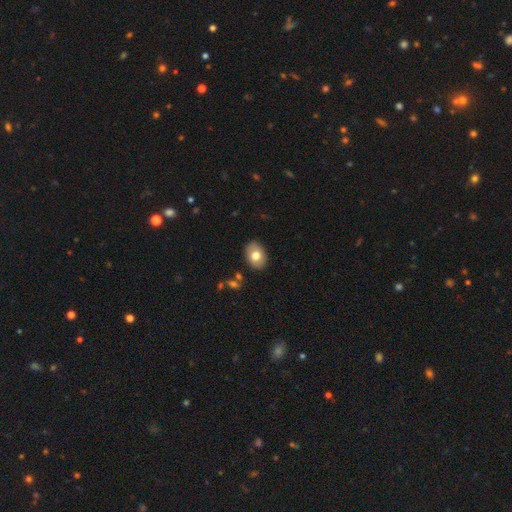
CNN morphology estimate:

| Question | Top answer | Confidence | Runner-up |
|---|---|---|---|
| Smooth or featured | smooth | 75% | featured or disk (17%) |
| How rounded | in between | 75% | round (24%) |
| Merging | none | 87% | minor disturbance (9%) |